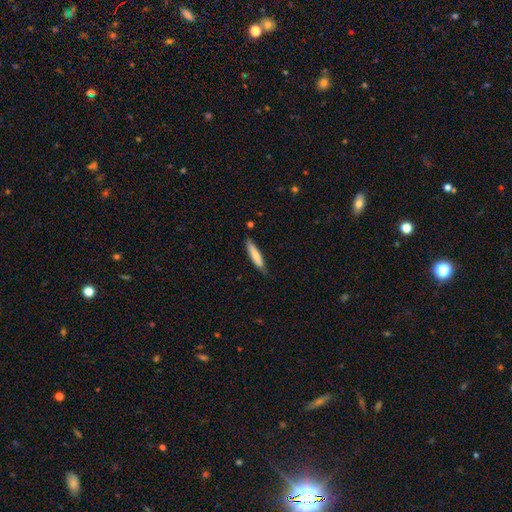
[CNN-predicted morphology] Q: Smooth or featured?
A: smooth (77%); runner-up: featured or disk (18%)
Q: How rounded?
A: cigar-shaped (82%); runner-up: in between (17%)
Q: Merging?
A: none (76%); runner-up: minor disturbance (19%)